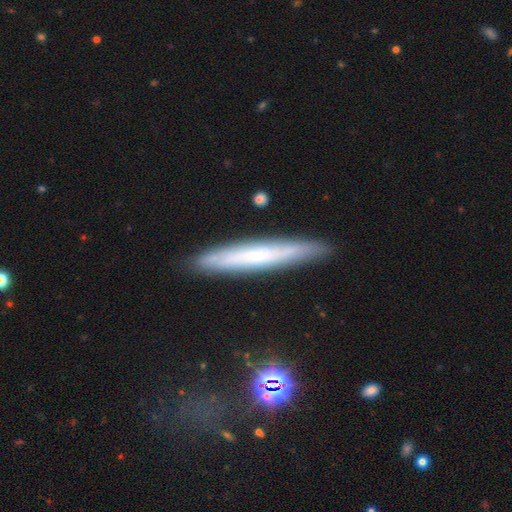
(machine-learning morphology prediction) Smooth or featured: smooth — 50% (featured or disk — 42%)
How rounded: cigar-shaped — 95% (in between — 3%)
Merging: none — 88% (minor disturbance — 9%)